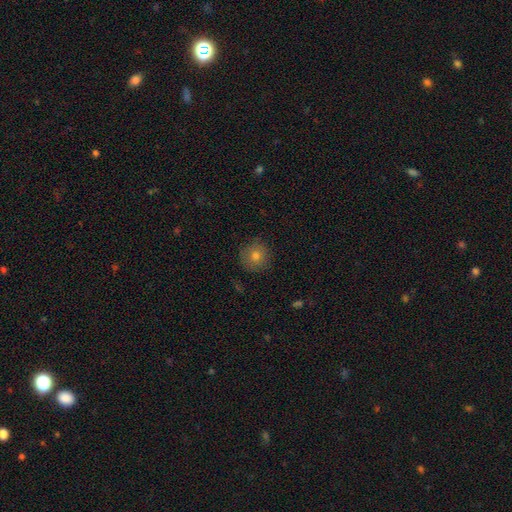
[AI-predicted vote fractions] Smooth or featured? Predicted: smooth (p=0.74). How rounded? Predicted: round (p=0.94). Merging? Predicted: none (p=0.88).